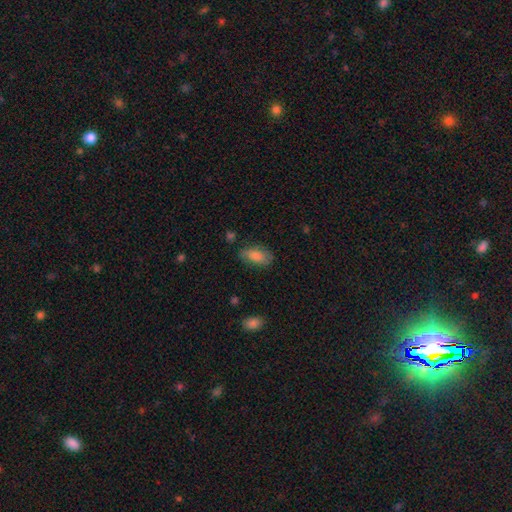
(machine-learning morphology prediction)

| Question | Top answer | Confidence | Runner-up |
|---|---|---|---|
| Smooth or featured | smooth | 80% | featured or disk (12%) |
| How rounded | in between | 90% | cigar-shaped (6%) |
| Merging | none | 77% | minor disturbance (17%) |